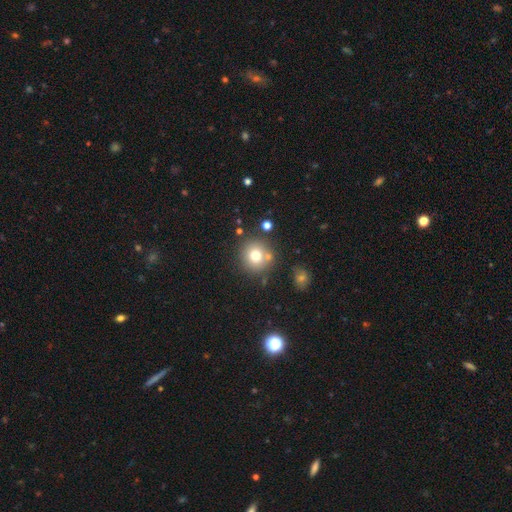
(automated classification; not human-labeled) Overall: smooth (74%). How rounded: round (91%). Merging: none (74%).